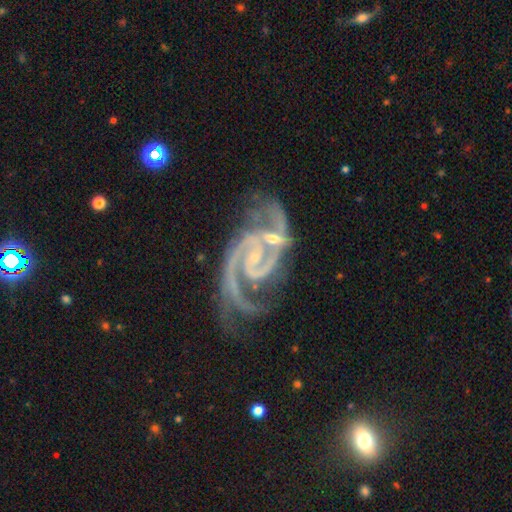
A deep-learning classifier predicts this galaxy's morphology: smooth-or-featured: featured or disk: 93% | star or artifact: 5% | smooth: 3%
  disk-edge-on: no: 98% | yes: 2%
    bar: weak: 41% | no: 34% | strong: 25%
    has-spiral-arms: yes: 99% | no: 1%
      spiral-winding: medium: 55% | tight: 32% | loose: 13%
      spiral-arm-count: 2: 75% | 3: 11% | can't tell: 4% | 4: 3% | 1: 3% | more than 4: 3%
    bulge-size: small: 80% | moderate: 11% | none: 7% | large: 1% | dominant: 1%
  merging: none: 45% | minor disturbance: 20% | merger: 19% | major disturbance: 16%